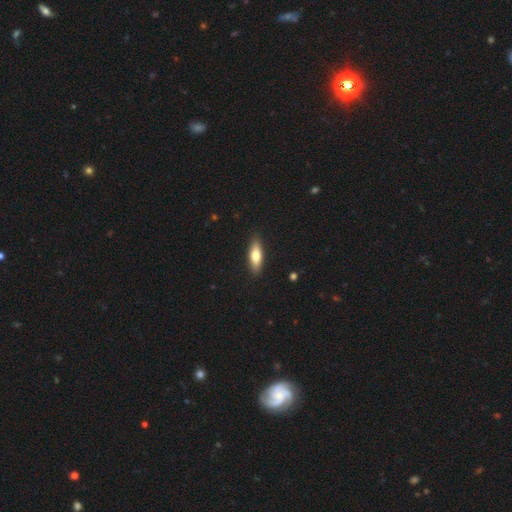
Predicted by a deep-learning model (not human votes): smooth_or_featured: smooth (p=0.72) [alt: featured or disk p=0.22]
how_rounded: in between (p=0.56) [alt: cigar-shaped p=0.41]
merging: none (p=0.89) [alt: minor disturbance p=0.08]